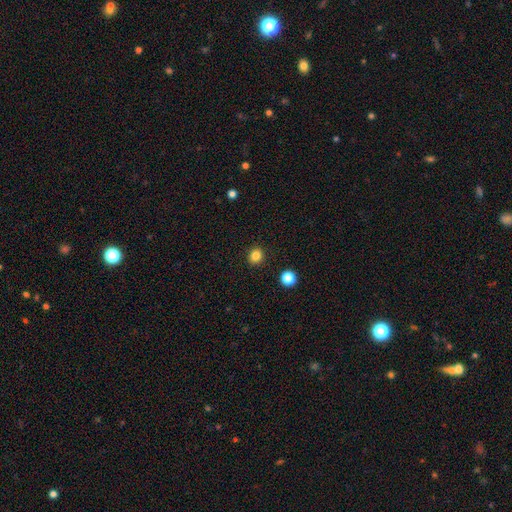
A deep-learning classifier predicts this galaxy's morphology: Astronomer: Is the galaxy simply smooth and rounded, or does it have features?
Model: smooth — 84%.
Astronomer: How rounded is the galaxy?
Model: round — 82%.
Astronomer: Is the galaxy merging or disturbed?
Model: none — 91%.